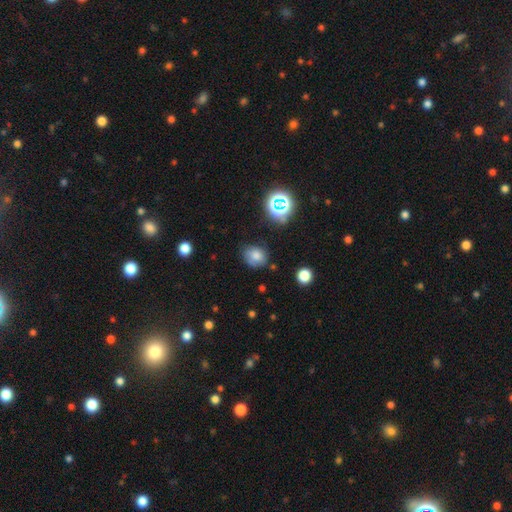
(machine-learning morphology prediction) smooth_or_featured: smooth (p=0.70) [alt: star or artifact p=0.17]
how_rounded: round (p=0.59) [alt: in between p=0.40]
merging: none (p=0.68) [alt: minor disturbance p=0.23]